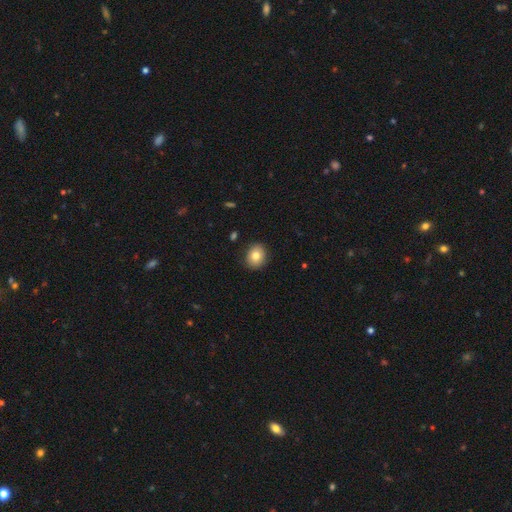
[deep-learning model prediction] A smooth galaxy with no disk features (81%) that is round (62%).

Vote fractions:
- Smooth or featured? smooth: 81% / featured or disk: 10% / star or artifact: 9%
- How rounded? round: 62% / in between: 37% / cigar-shaped: 1%
- Merging? none: 88% / minor disturbance: 9% / major disturbance: 2% / merger: 1%